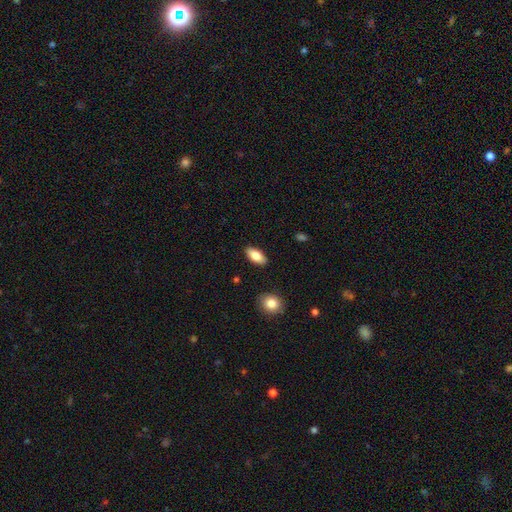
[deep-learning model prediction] Smooth or featured? Predicted: smooth (p=0.82). How rounded? Predicted: in between (p=0.89). Merging? Predicted: none (p=0.88).